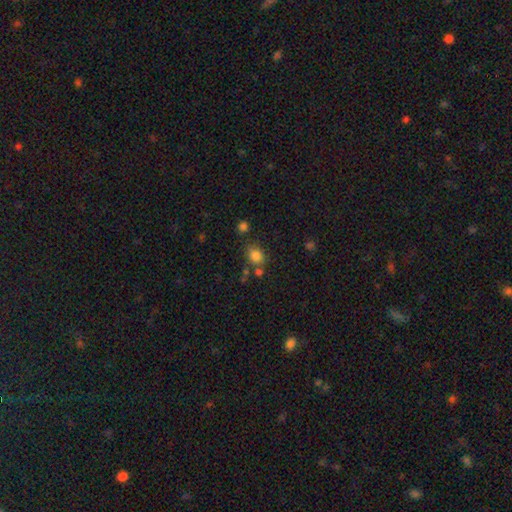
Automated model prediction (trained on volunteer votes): Morphology: type=smooth (81%); roundness=round (53%); merging=none (69%).